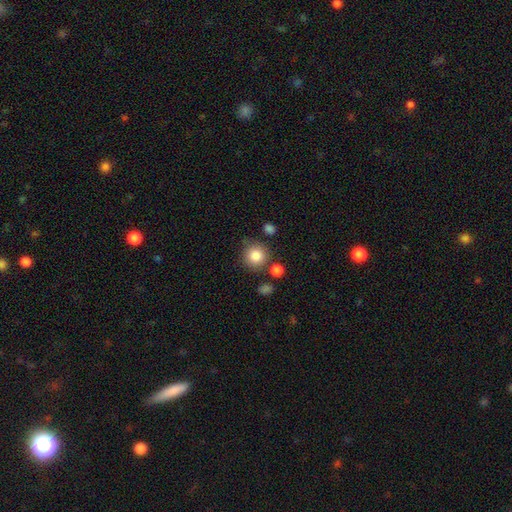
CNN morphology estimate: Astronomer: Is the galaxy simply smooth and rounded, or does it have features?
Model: smooth — 85%.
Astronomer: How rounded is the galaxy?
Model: round — 92%.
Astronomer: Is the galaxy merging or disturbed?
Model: none — 79%.